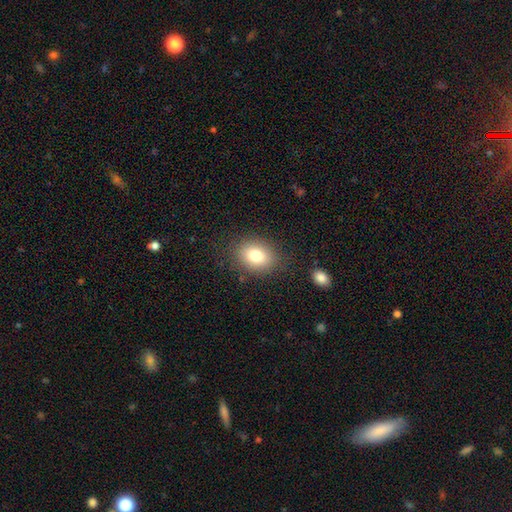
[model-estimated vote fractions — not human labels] smooth-or-featured: smooth: 79% | featured or disk: 11% | star or artifact: 10%
  how-rounded: in between: 59% | round: 40% | cigar-shaped: 1%
  merging: none: 84% | minor disturbance: 11% | major disturbance: 4% | merger: 2%